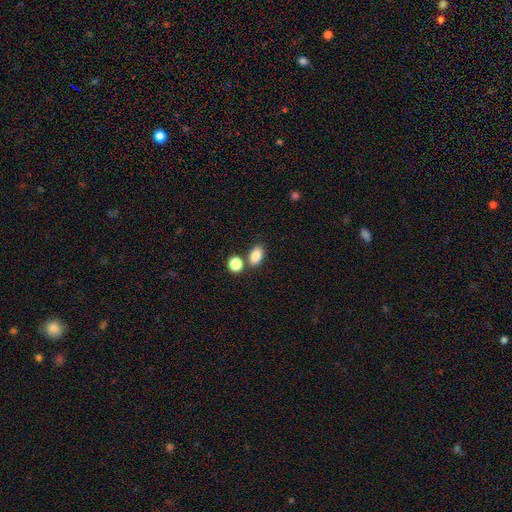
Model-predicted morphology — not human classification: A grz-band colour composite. It shows a smooth galaxy with no disk features (84%) that is in between round and cigar-shaped (84%). Merging: none (73%).